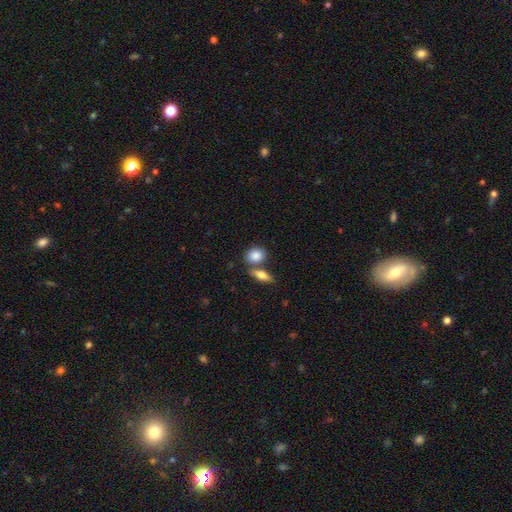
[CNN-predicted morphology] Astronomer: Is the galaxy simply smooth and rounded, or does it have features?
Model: smooth — 84%.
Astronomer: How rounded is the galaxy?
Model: in between — 63%.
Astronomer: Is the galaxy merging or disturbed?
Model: none — 57%.